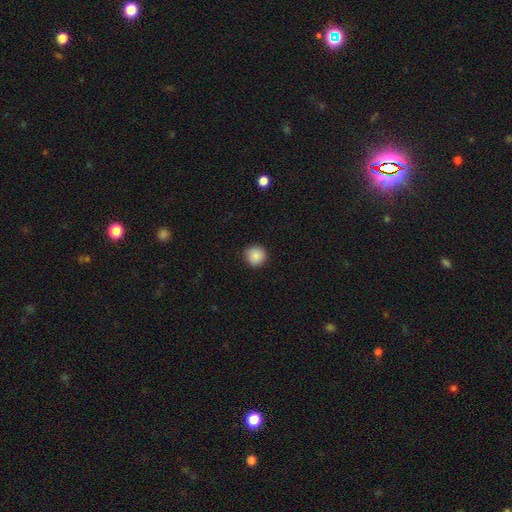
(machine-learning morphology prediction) Q: Smooth or featured?
A: smooth (86%); runner-up: star or artifact (9%)
Q: How rounded?
A: round (94%); runner-up: in between (5%)
Q: Merging?
A: none (89%); runner-up: minor disturbance (8%)